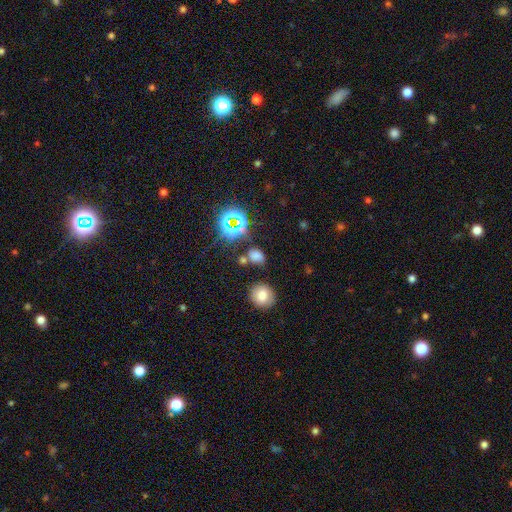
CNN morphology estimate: A smooth galaxy with no disk features (61%) that is in between round and cigar-shaped (57%). Merging: none (68%).